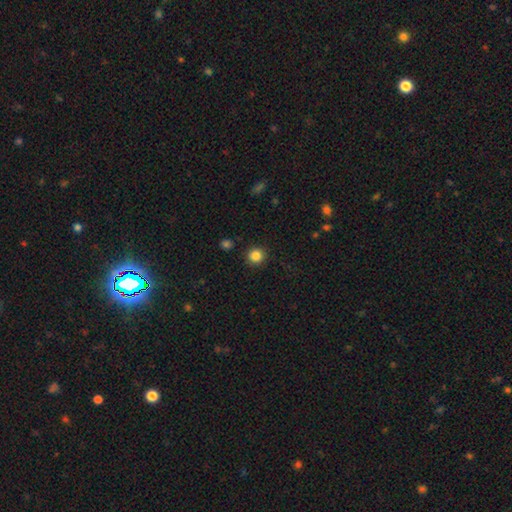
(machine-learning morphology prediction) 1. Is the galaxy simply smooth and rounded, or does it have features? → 85% smooth, 11% star or artifact, 4% featured or disk.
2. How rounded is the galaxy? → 93% round, 6% in between, 1% cigar-shaped.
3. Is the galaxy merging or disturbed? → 92% none, 5% minor disturbance, 2% major disturbance, 1% merger.